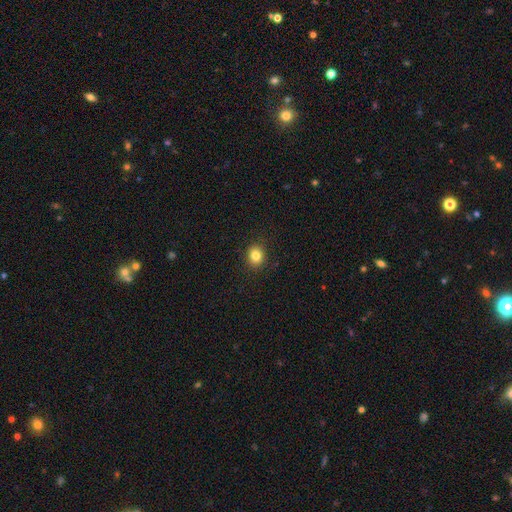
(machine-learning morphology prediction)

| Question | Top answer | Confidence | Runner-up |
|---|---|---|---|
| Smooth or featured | smooth | 83% | star or artifact (11%) |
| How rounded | round | 71% | in between (29%) |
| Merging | none | 90% | minor disturbance (7%) |